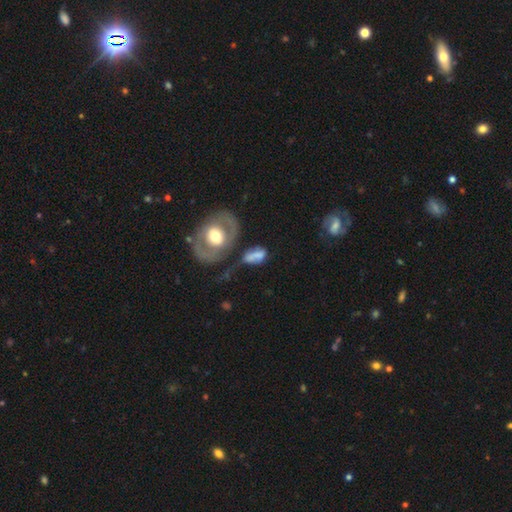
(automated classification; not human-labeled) The model was most divided on "merging": none: 32%, merger: 26%, major disturbance: 22%, minor disturbance: 20%. More confident: how rounded — in between (80%); smooth or featured — smooth (56%).